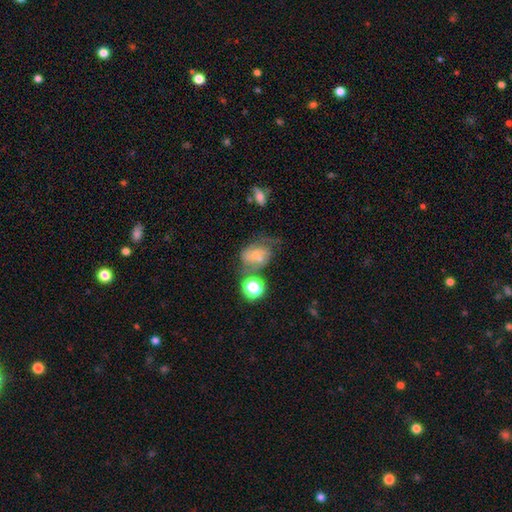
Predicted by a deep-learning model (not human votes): The model was most divided on "smooth or featured": featured or disk: 46%, smooth: 40%, star or artifact: 14%. Remaining: merging — none (36%).